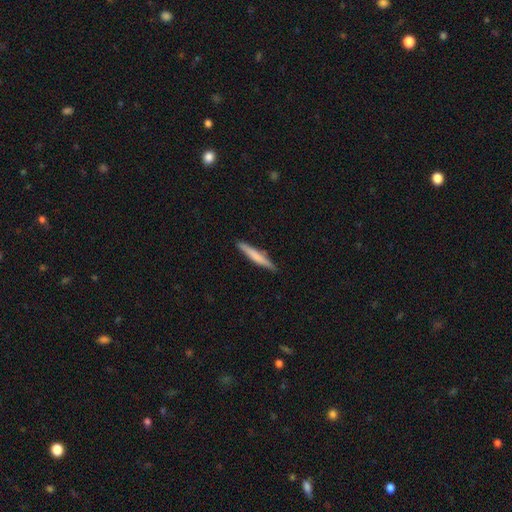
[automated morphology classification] This appears to be a smooth galaxy with no disk features (67%) that is cigar-shaped (94%). Merging: none (88%).